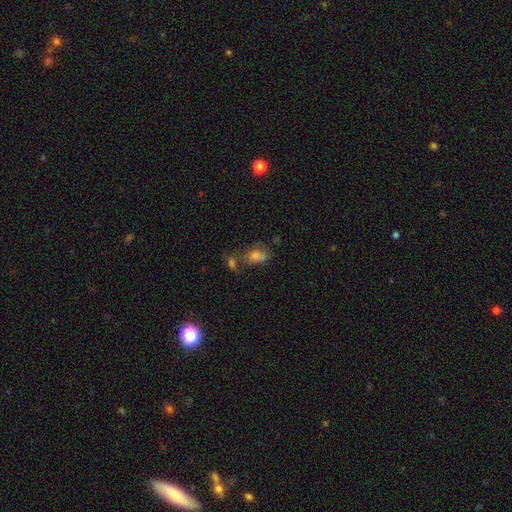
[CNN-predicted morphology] smooth_or_featured: smooth (p=0.63) [alt: featured or disk p=0.19]
how_rounded: in between (p=0.78) [alt: round p=0.19]
merging: none (p=0.37) [alt: merger p=0.32]